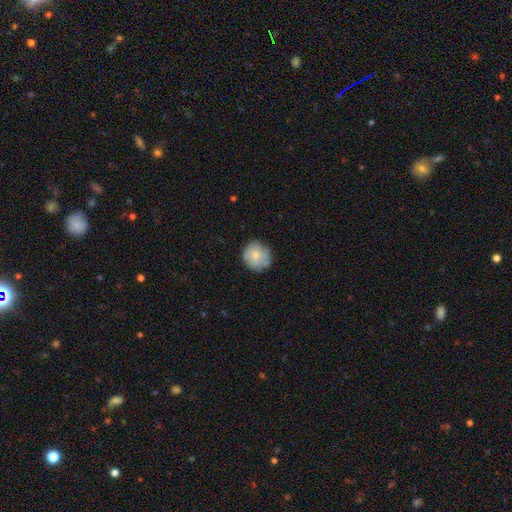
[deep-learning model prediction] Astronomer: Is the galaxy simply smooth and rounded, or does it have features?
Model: smooth — 73%.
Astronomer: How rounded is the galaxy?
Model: round — 89%.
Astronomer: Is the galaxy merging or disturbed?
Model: none — 78%.